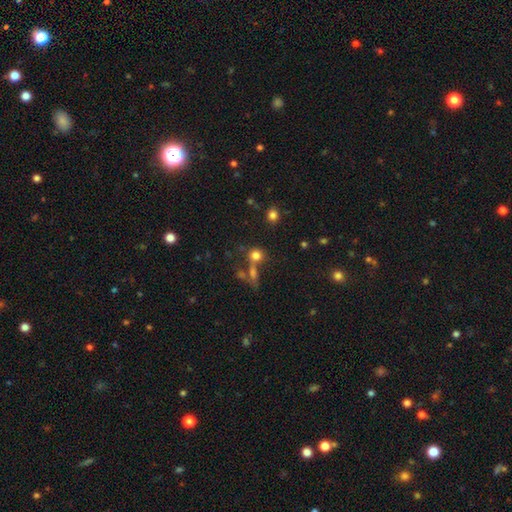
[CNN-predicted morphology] type=smooth (76%); roundness=round (80%); merging=none (54%).